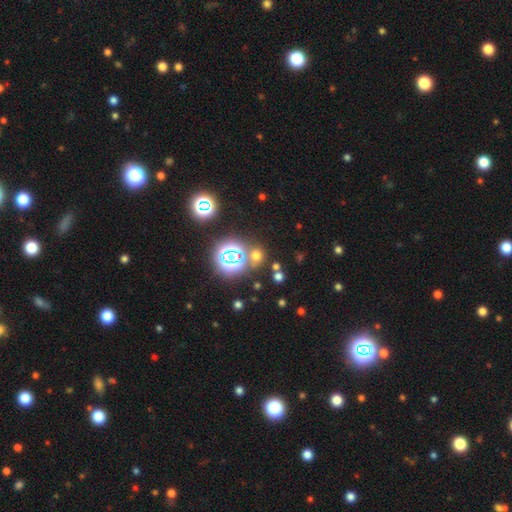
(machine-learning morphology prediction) type=smooth (49%); merging=none (74%).